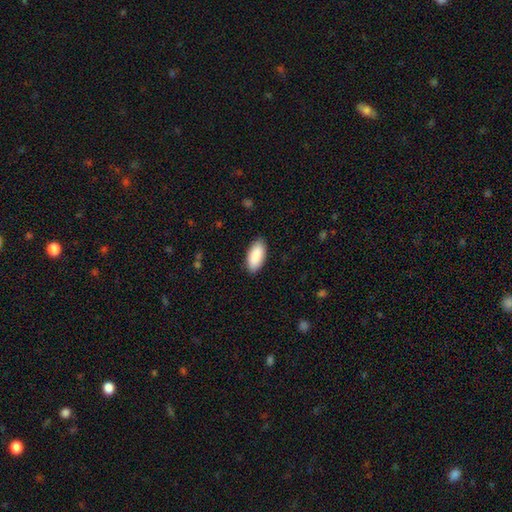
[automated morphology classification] Smooth or featured: smooth — 89% (star or artifact — 5%)
How rounded: in between — 91% (cigar-shaped — 8%)
Merging: none — 88% (minor disturbance — 9%)